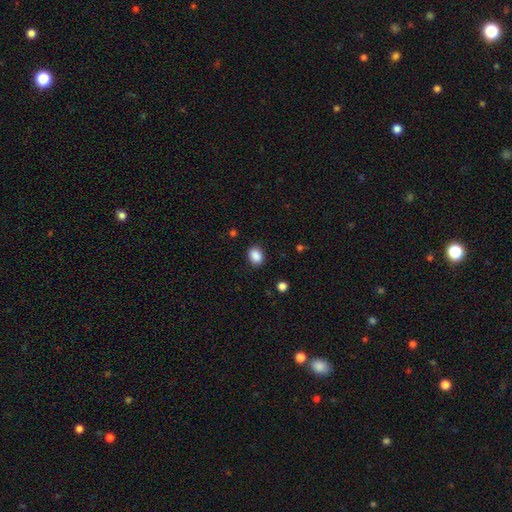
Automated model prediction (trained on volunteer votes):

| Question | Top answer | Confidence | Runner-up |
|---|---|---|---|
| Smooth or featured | smooth | 88% | star or artifact (9%) |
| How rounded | in between | 64% | round (35%) |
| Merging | none | 88% | minor disturbance (8%) |